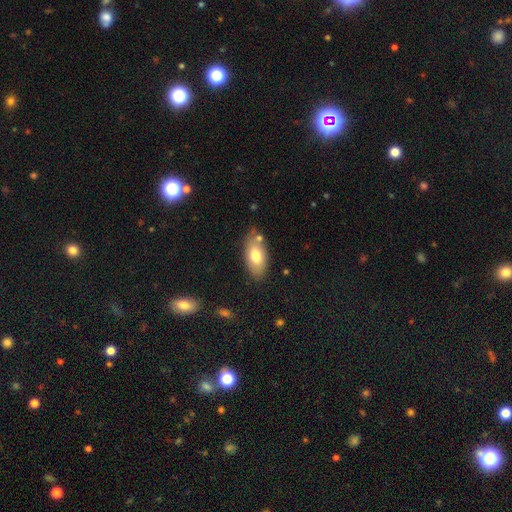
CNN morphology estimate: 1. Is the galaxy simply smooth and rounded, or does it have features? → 72% smooth, 21% featured or disk, 7% star or artifact.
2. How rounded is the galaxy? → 92% in between, 5% cigar-shaped, 4% round.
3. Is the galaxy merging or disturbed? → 74% none, 16% minor disturbance, 6% merger, 4% major disturbance.